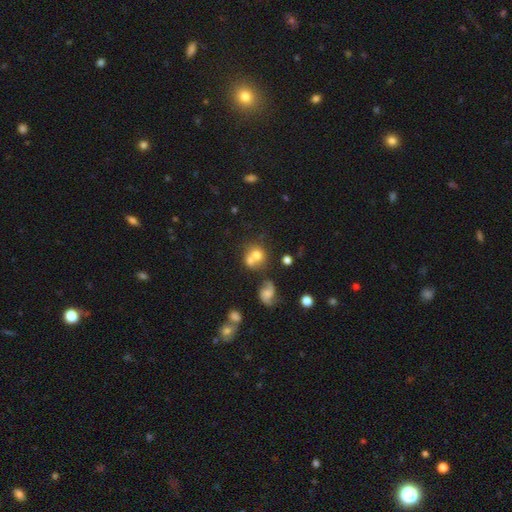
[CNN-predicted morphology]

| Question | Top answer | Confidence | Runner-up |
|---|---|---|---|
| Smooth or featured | smooth | 68% | featured or disk (21%) |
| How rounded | round | 78% | in between (21%) |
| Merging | merger | 49% | none (36%) |